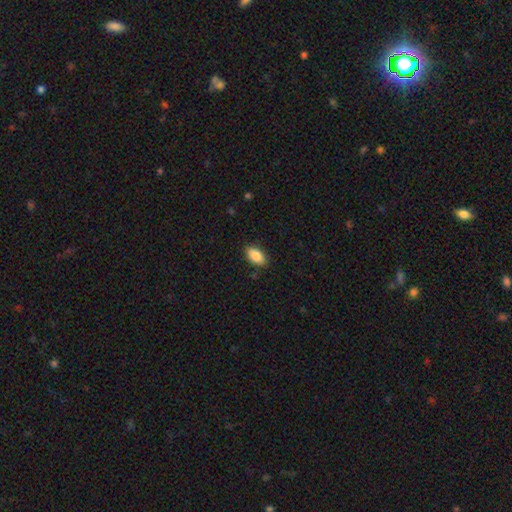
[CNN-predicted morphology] This appears to be a smooth galaxy with no disk features (87%) that is in between round and cigar-shaped (92%). Merging: none (87%).